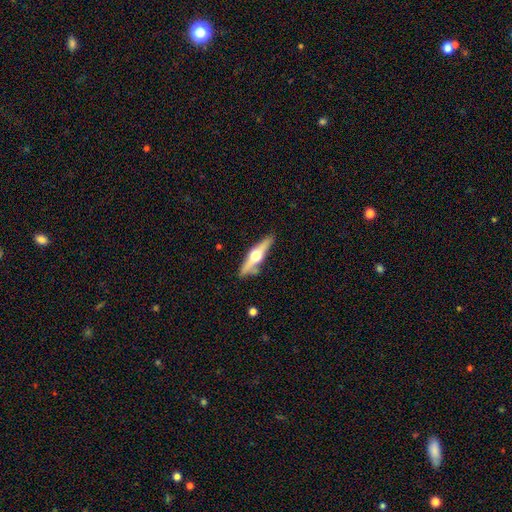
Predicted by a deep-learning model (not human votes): Smooth or featured? Predicted: featured or disk (p=0.68). Edge-on disk? Predicted: yes (p=0.95). Edge-on bulge? Predicted: rounded (p=0.96). Merging? Predicted: none (p=0.81).